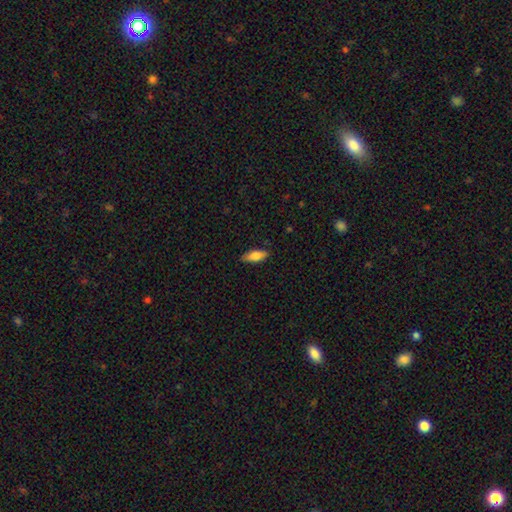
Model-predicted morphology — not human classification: This is clearly a smooth galaxy (80%). How rounded: likely in between (74%). Merging: clearly none (84%).